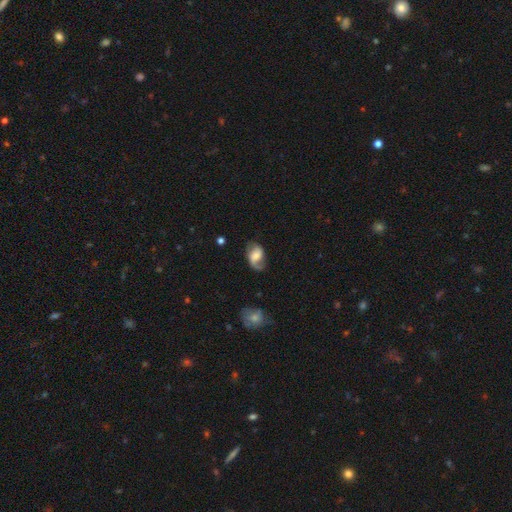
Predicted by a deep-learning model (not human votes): The model was most divided on "smooth or featured": featured or disk: 50%, smooth: 42%, star or artifact: 8%. More confident: merging — none (55%).